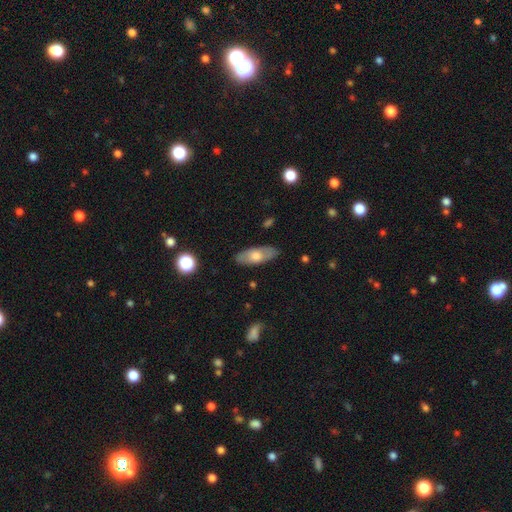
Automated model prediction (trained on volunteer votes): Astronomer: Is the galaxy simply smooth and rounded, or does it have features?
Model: smooth — 61%.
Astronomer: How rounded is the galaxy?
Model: in between — 79%.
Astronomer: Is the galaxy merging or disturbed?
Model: none — 84%.